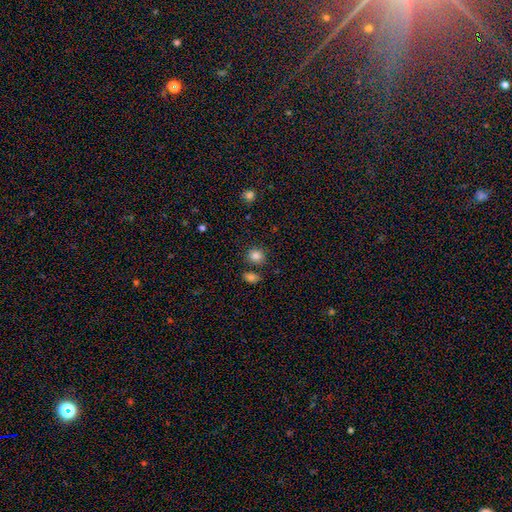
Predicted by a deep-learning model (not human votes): This appears to be a smooth galaxy with no disk features (84%) that is round (77%). Merging: none (76%).